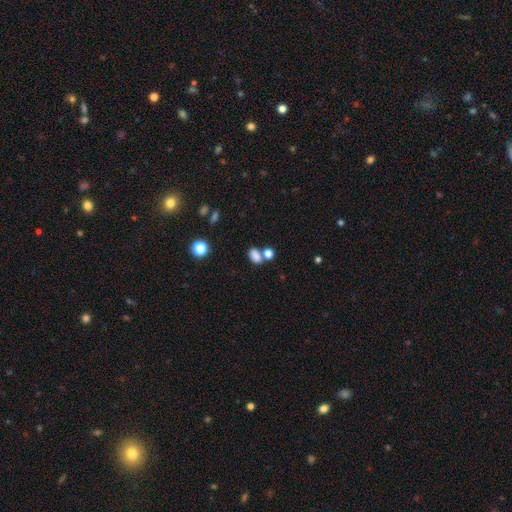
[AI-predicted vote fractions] smooth_or_featured: smooth (p=0.80) [alt: star or artifact p=0.12]
how_rounded: in between (p=0.81) [alt: round p=0.17]
merging: none (p=0.46) [alt: merger p=0.38]